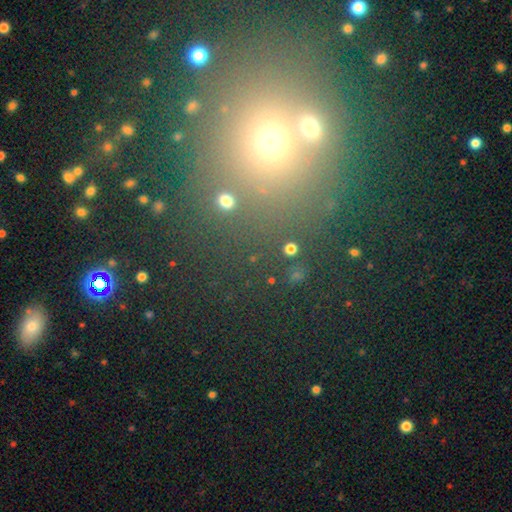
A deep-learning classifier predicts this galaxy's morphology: smooth_or_featured: smooth (p=0.48) [alt: star or artifact p=0.41]
merging: none (p=0.71) [alt: merger p=0.15]